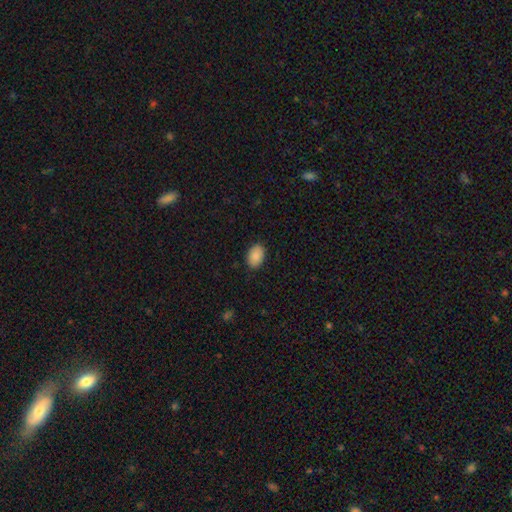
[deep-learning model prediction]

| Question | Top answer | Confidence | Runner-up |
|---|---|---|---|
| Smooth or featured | smooth | 90% | star or artifact (7%) |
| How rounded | in between | 87% | round (12%) |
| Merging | none | 88% | minor disturbance (9%) |